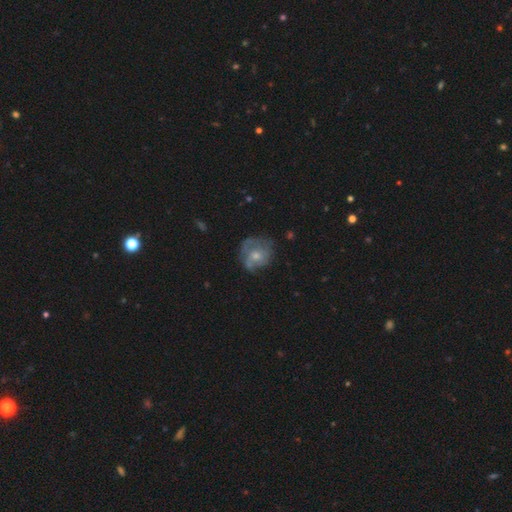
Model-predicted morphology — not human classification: smooth-or-featured: featured or disk: 53% | smooth: 39% | star or artifact: 8%
  disk-edge-on: no: 97% | yes: 3%
    bar: no: 83% | weak: 15% | strong: 2%
    has-spiral-arms: yes: 56% | no: 44%
    bulge-size: moderate: 50% | small: 43% | large: 3% | none: 3% | dominant: 1%
  merging: none: 54% | minor disturbance: 26% | major disturbance: 17% | merger: 3%